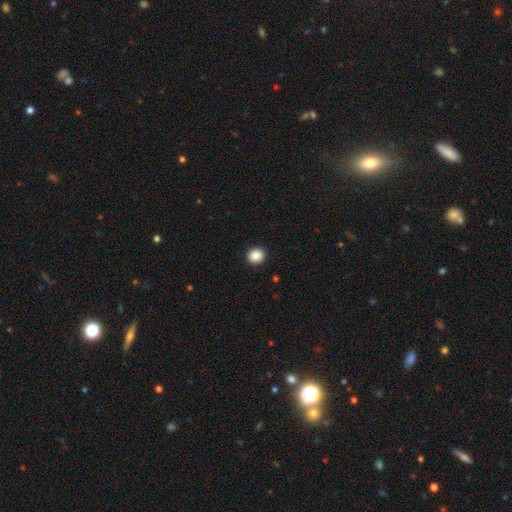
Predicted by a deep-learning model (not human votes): Smooth or featured? Predicted: smooth (p=0.88). How rounded? Predicted: round (p=0.87). Merging? Predicted: none (p=0.92).